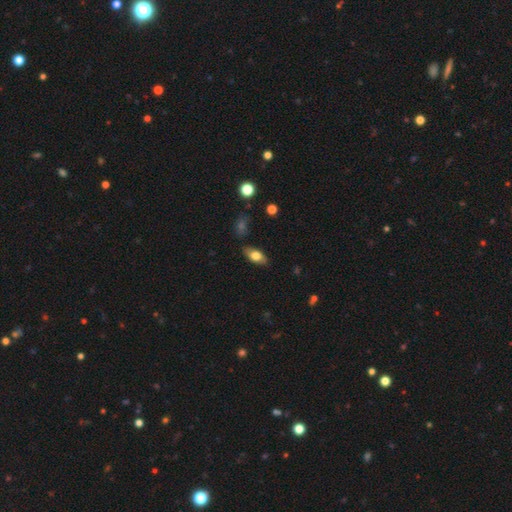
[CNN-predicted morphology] This is likely a smooth galaxy (72%). How rounded: clearly in between (86%). Merging: clearly none (80%).